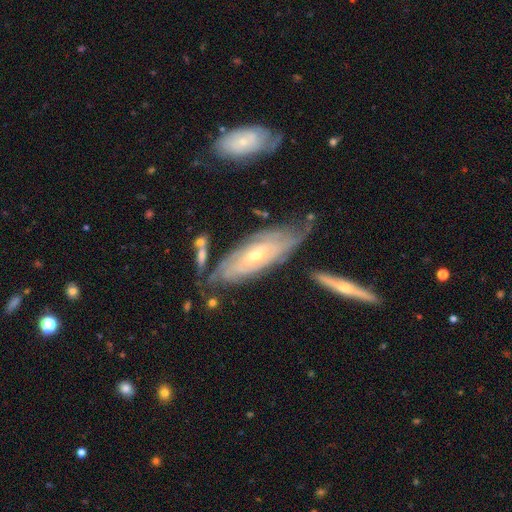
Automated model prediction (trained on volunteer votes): Smooth or featured? Predicted: featured or disk (p=0.79). Edge-on disk? Predicted: no (p=0.84). Bar? Predicted: no (p=0.64). Spiral arms? Predicted: yes (p=0.88). Spiral winding? Predicted: tight (p=0.76). Spiral arm count? Predicted: can't tell (p=0.59). Bulge size? Predicted: small (p=0.58). Merging? Predicted: none (p=0.62).